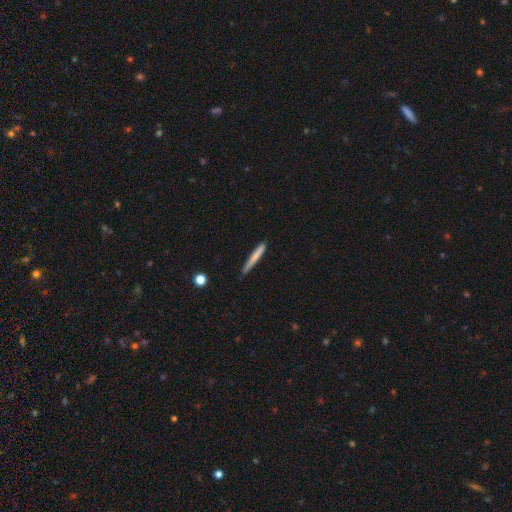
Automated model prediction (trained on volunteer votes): Smooth or featured? smooth (73%)
How rounded? cigar-shaped (96%)
Merging? none (84%)